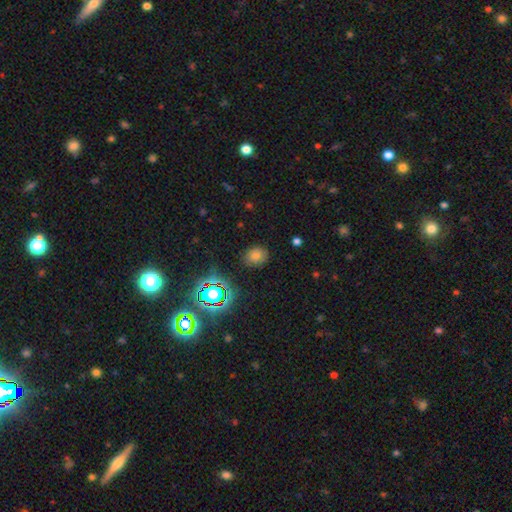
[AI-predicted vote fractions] Q: Smooth or featured?
A: smooth (61%); runner-up: star or artifact (30%)
Q: How rounded?
A: round (60%); runner-up: in between (39%)
Q: Merging?
A: none (86%); runner-up: minor disturbance (10%)